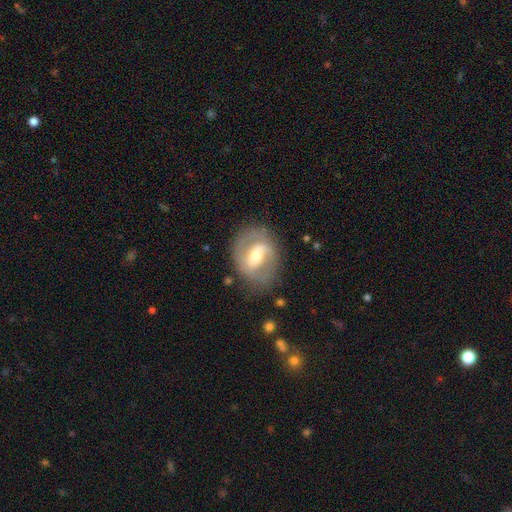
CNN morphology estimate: Smooth or featured?
  - featured or disk: 73% *
  - smooth: 21%
  - star or artifact: 6%
Edge-on disk?
  - no: 96% *
  - yes: 4%
Bar?
  - weak: 43% *
  - strong: 41%
  - no: 16%
Spiral arms?
  - yes: 75% *
  - no: 25%
Spiral winding?
  - medium: 48% *
  - tight: 27%
  - loose: 25%
Spiral arm count?
  - 2: 81% *
  - can't tell: 10%
  - 1: 6%
  - 3: 1%
  - 4: 1%
  - more than 4: 1%
Bulge size?
  - moderate: 61% *
  - small: 29%
  - large: 7%
  - none: 1%
  - dominant: 1%
Merging?
  - none: 74% *
  - minor disturbance: 16%
  - major disturbance: 8%
  - merger: 2%